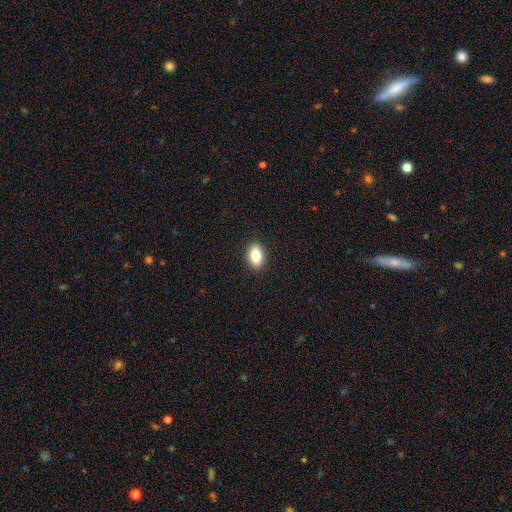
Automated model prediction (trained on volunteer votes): smooth 81%, featured or disk 10%, star or artifact 8%. Down the decision tree: how rounded — in between (86%); merging — none (90%).